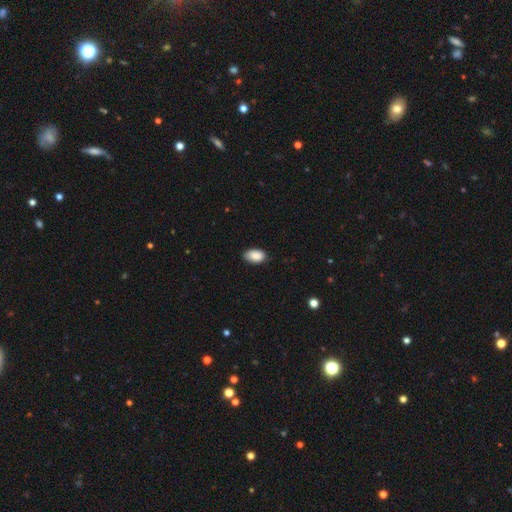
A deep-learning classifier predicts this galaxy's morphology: Overall: smooth (88%). How rounded: in between (92%). Merging: none (81%).